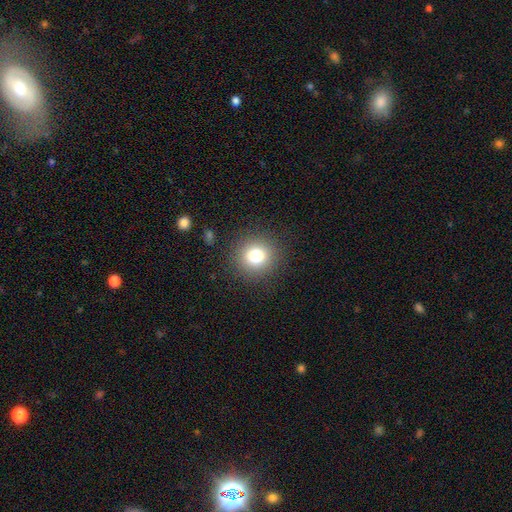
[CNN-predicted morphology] A smooth galaxy with no disk features (78%) that is round (92%). Merging: none (89%).